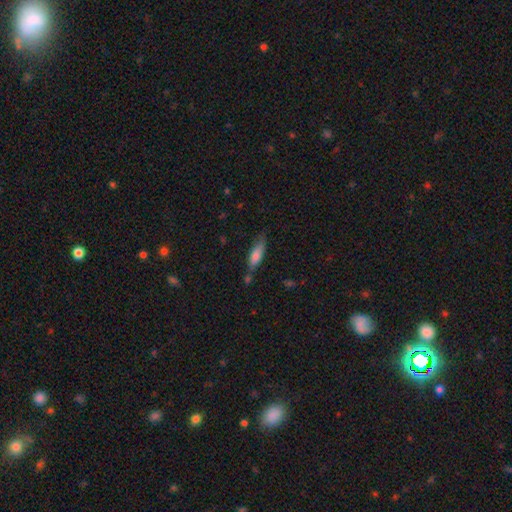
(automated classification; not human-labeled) The model was most divided on "how rounded": in between: 52%, cigar-shaped: 46%, round: 2%. More confident: smooth or featured — smooth (78%); merging — none (57%).